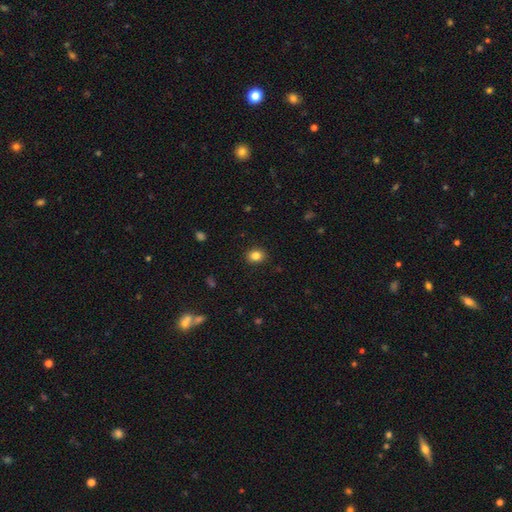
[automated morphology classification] Smooth or featured: smooth — 84% (star or artifact — 11%)
How rounded: round — 53% (in between — 46%)
Merging: none — 90% (minor disturbance — 7%)